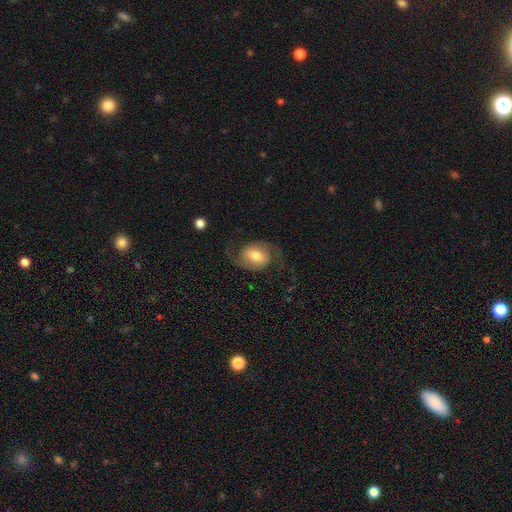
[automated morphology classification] Smooth or featured: featured or disk — 74% (smooth — 20%)
Edge-on disk: no — 97% (yes — 3%)
Bar: weak — 43% (no — 40%)
Spiral arms: yes — 94% (no — 6%)
Spiral winding: loose — 52% (medium — 38%)
Spiral arm count: 2 — 92% (can't tell — 2%)
Bulge size: moderate — 63% (large — 18%)
Merging: none — 70% (minor disturbance — 14%)